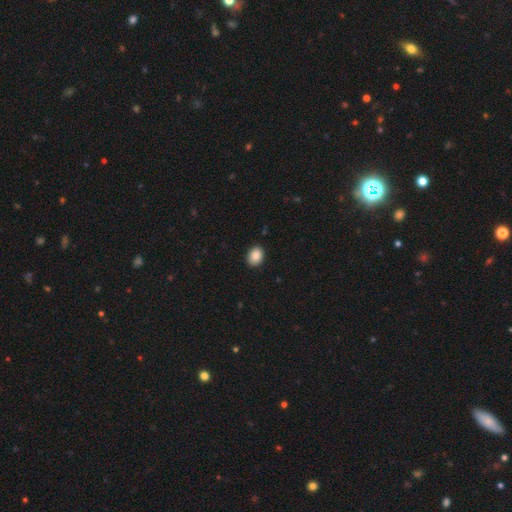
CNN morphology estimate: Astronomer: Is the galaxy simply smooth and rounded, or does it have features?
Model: smooth — 88%.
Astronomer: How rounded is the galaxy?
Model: in between — 61% (runner-up: round, 38%).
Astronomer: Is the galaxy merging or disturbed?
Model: none — 89%.